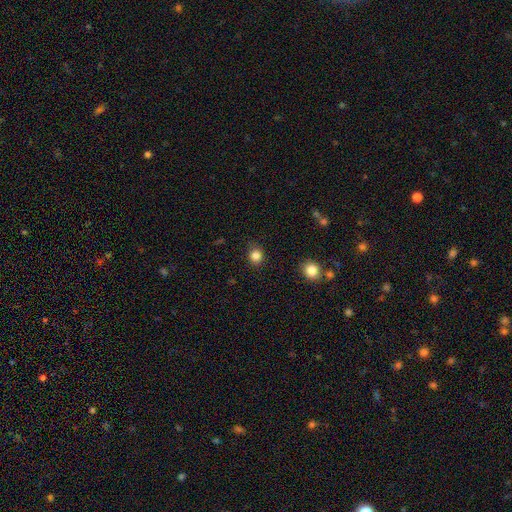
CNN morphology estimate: smooth-or-featured: smooth: 84% | star or artifact: 12% | featured or disk: 4%
  how-rounded: round: 82% | in between: 18% | cigar-shaped: 1%
  merging: none: 87% | minor disturbance: 9% | major disturbance: 2% | merger: 1%